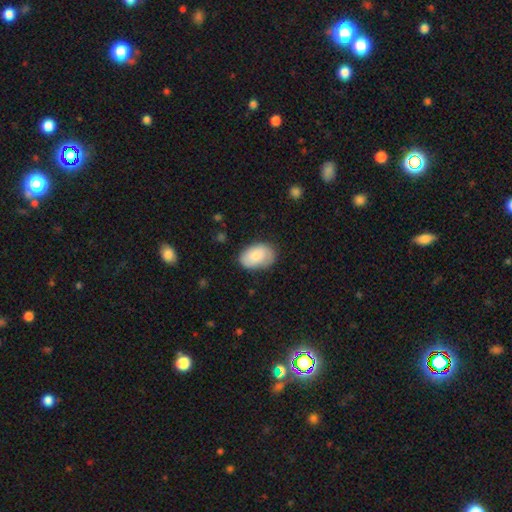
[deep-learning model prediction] Q: Smooth or featured?
A: smooth (77%); runner-up: featured or disk (17%)
Q: How rounded?
A: in between (89%); runner-up: round (10%)
Q: Merging?
A: none (72%); runner-up: minor disturbance (22%)